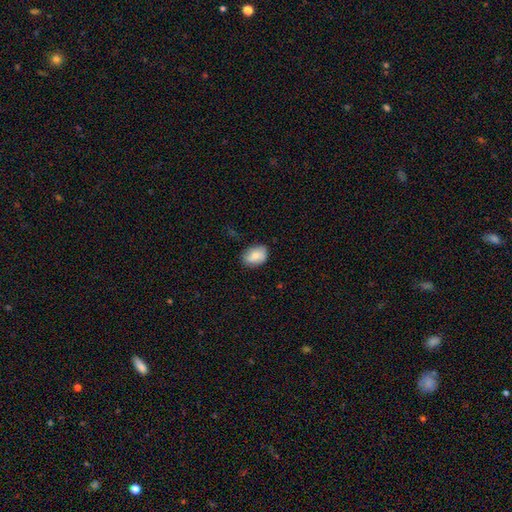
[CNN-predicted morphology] Smooth or featured? Predicted: smooth (p=0.82). How rounded? Predicted: in between (p=0.82). Merging? Predicted: none (p=0.78).